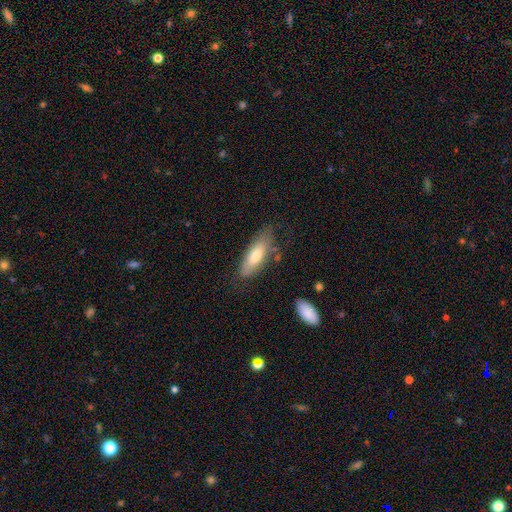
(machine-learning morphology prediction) type=smooth (71%); roundness=in between (60%); merging=none (64%).